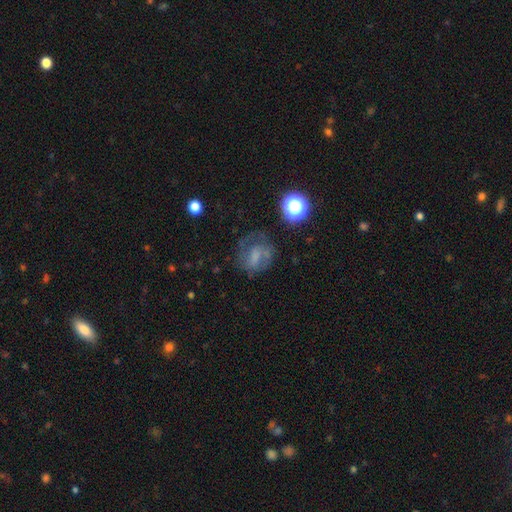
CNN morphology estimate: This appears to be a featured or disk galaxy (47%). Merging: none (53%).